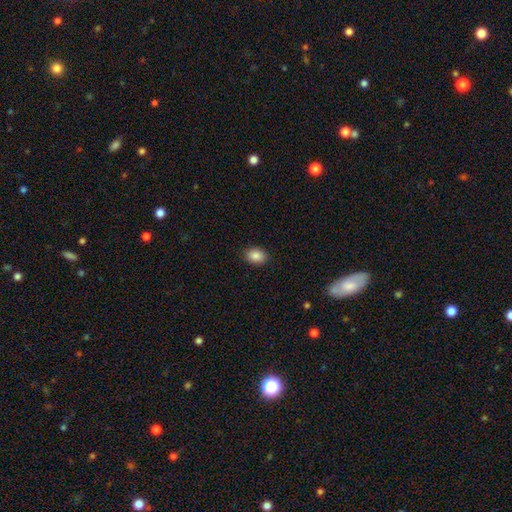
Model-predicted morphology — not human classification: This is clearly a smooth galaxy (87%). How rounded: likely in between (72%). Merging: clearly none (89%).